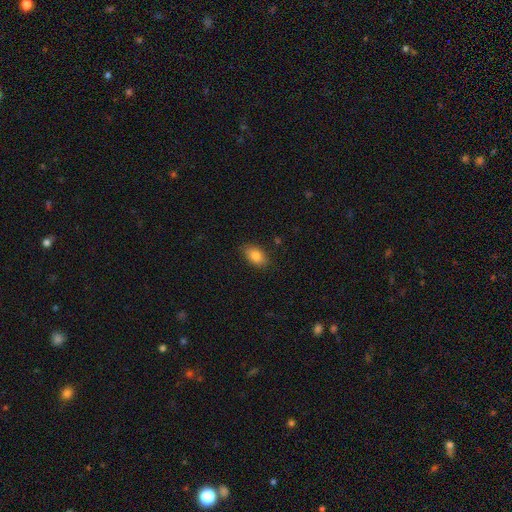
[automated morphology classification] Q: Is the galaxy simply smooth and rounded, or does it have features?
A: smooth — 84%.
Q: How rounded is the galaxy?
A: in between — 86%.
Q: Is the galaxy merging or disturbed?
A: none — 84%.